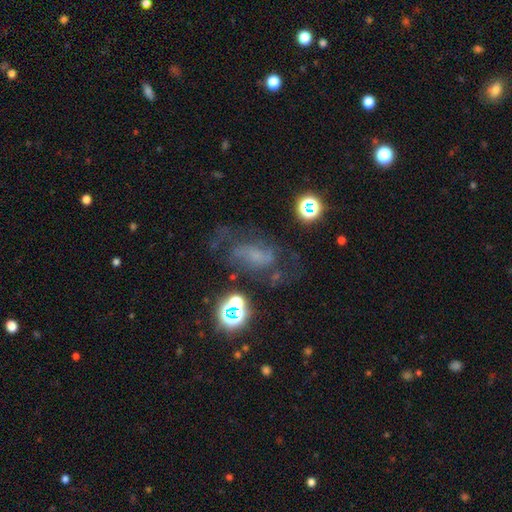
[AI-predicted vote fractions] Smooth or featured?
  - featured or disk: 56% *
  - smooth: 22%
  - star or artifact: 22%
Edge-on disk?
  - no: 94% *
  - yes: 6%
Bar?
  - no: 55% *
  - weak: 34%
  - strong: 11%
Spiral arms?
  - yes: 79% *
  - no: 21%
Bulge size?
  - small: 39% * (tied)
  - none: 39% * (tied)
  - moderate: 17%
  - large: 4%
  - dominant: 2%
Merging?
  - none: 52% *
  - major disturbance: 22%
  - minor disturbance: 21%
  - merger: 5%